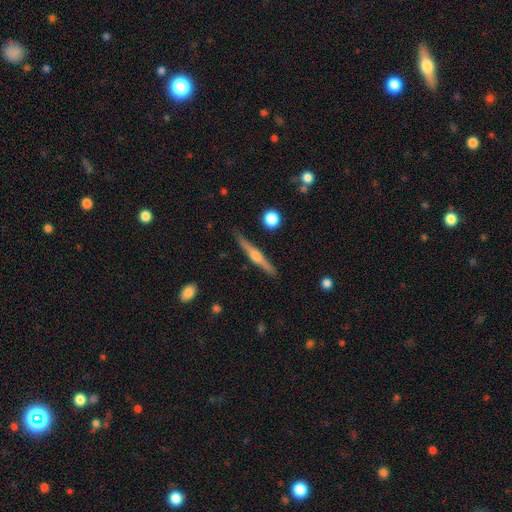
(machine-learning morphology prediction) The model was most divided on "smooth or featured": featured or disk: 71%, smooth: 23%, star or artifact: 6%. More confident: edge-on disk — yes (98%); merging — none (89%); edge-on bulge — rounded (87%).